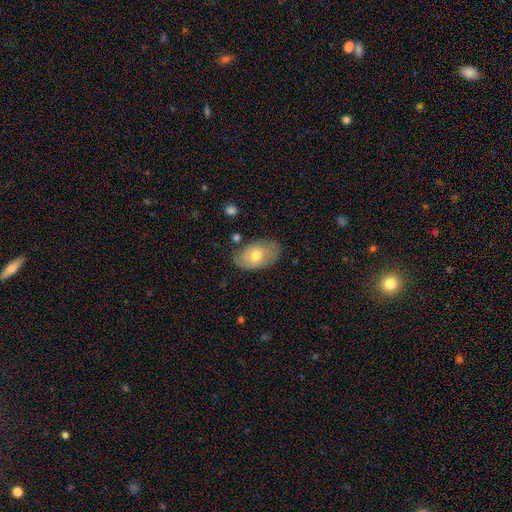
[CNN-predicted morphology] Smooth or featured: smooth — 55% (featured or disk — 38%)
How rounded: in between — 90% (round — 9%)
Merging: none — 73% (minor disturbance — 20%)